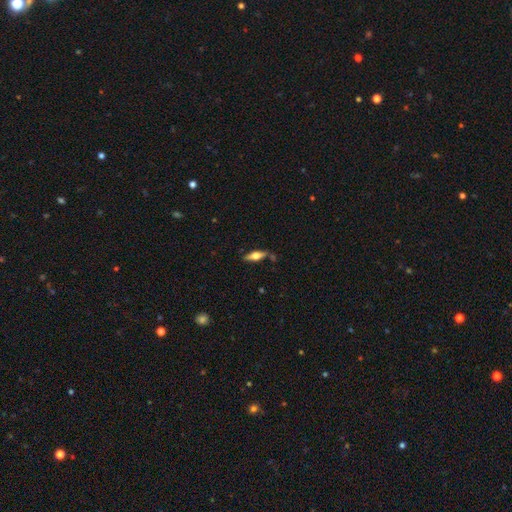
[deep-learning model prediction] The model was most divided on "smooth or featured": featured or disk: 52%, smooth: 42%, star or artifact: 7%. More confident: edge-on disk — yes (91%); merging — none (76%).